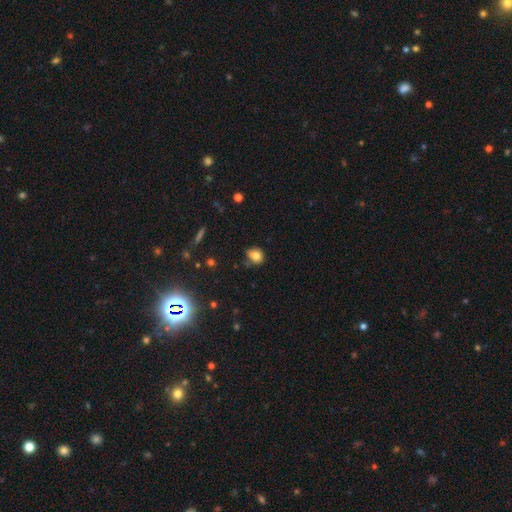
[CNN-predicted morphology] Smooth or featured? smooth (80%)
How rounded? round (58%)
Merging? none (62%)